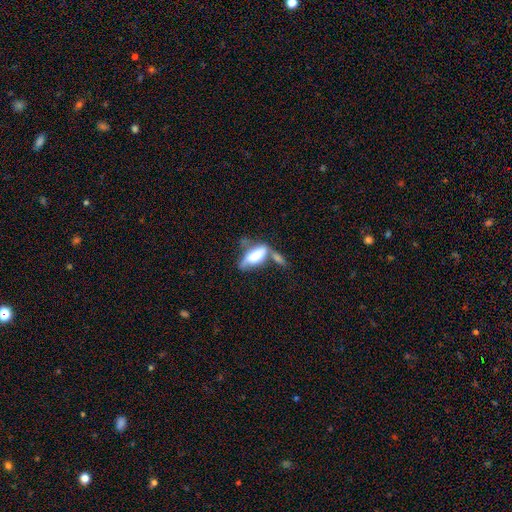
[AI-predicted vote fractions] A smooth galaxy with no disk features (61%) that is in between round and cigar-shaped (75%). Merging: merger (44%).